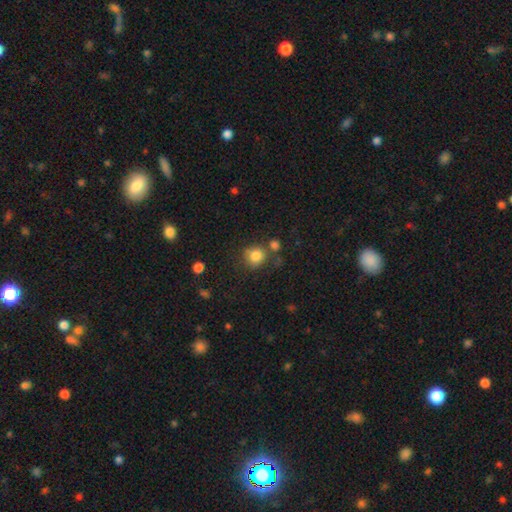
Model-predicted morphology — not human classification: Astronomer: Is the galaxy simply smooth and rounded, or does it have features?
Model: smooth — 83%.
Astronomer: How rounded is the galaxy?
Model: round — 86%.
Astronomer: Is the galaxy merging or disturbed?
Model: none — 65%.